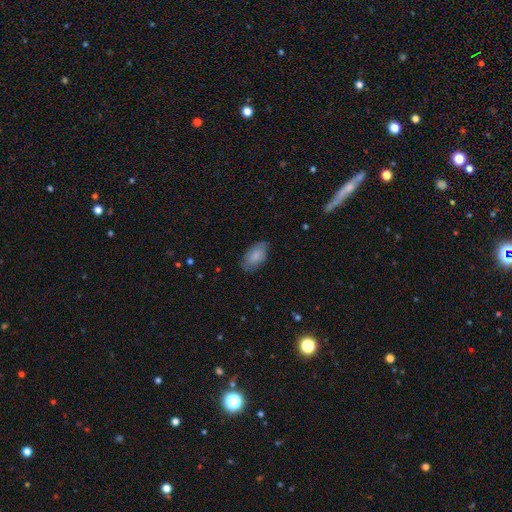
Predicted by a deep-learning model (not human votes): A smooth galaxy with no disk features (81%) that is in between round and cigar-shaped (94%).

Vote fractions:
- Smooth or featured? smooth: 81% / featured or disk: 12% / star or artifact: 6%
- How rounded? in between: 94% / round: 3% / cigar-shaped: 3%
- Merging? none: 79% / minor disturbance: 16% / major disturbance: 3% / merger: 1%